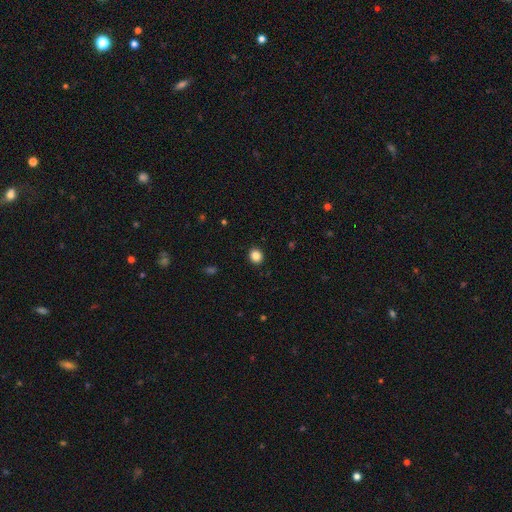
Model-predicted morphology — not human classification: smooth 85%, star or artifact 11%, featured or disk 4%. Down the decision tree: how rounded — round (80%); merging — none (92%).